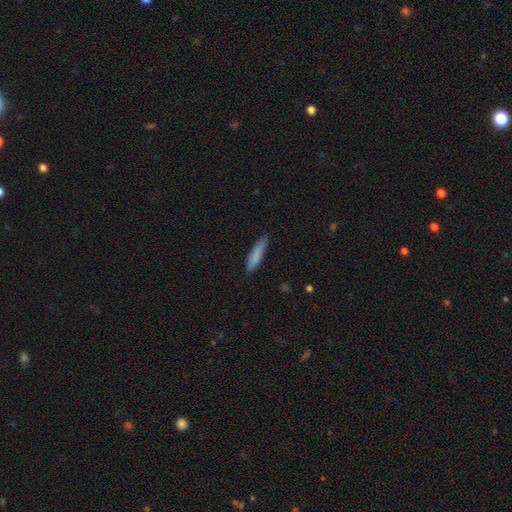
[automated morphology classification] smooth_or_featured: smooth (p=0.82) [alt: featured or disk p=0.11]
how_rounded: cigar-shaped (p=0.82) [alt: in between p=0.17]
merging: none (p=0.73) [alt: minor disturbance p=0.22]